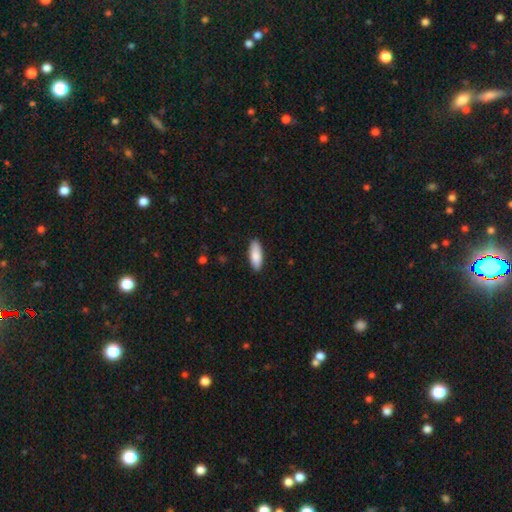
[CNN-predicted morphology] Smooth or featured?
  - smooth: 86% *
  - featured or disk: 8%
  - star or artifact: 5%
How rounded?
  - in between: 70% *
  - cigar-shaped: 28%
  - round: 2%
Merging?
  - none: 89% *
  - minor disturbance: 8%
  - major disturbance: 2%
  - merger: 1%